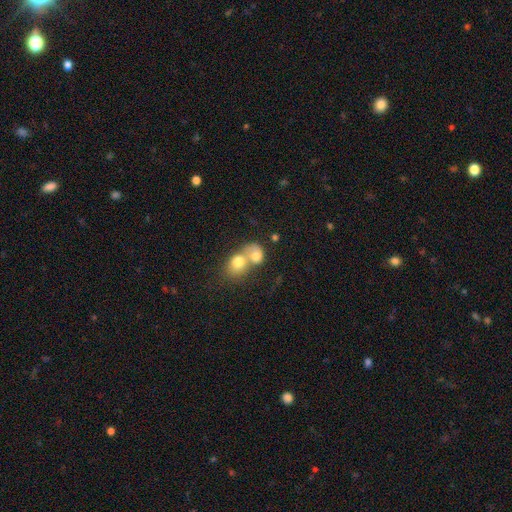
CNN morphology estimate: Smooth or featured: smooth — 74% (featured or disk — 18%)
How rounded: round — 53% (in between — 46%)
Merging: merger — 76% (none — 15%)